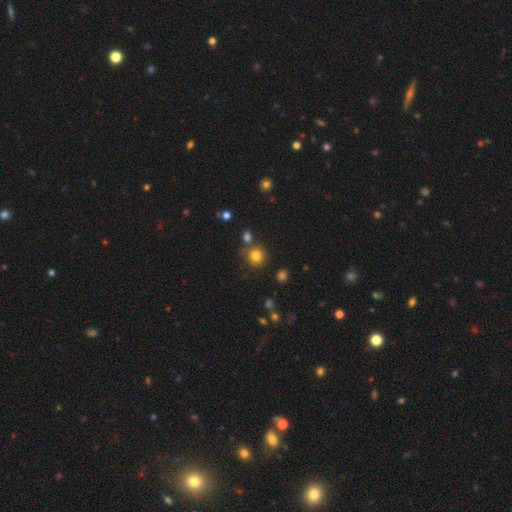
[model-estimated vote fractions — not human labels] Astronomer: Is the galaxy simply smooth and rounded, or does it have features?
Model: smooth — 80%.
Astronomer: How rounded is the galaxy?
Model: round — 91%.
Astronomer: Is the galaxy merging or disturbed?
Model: none — 74%.